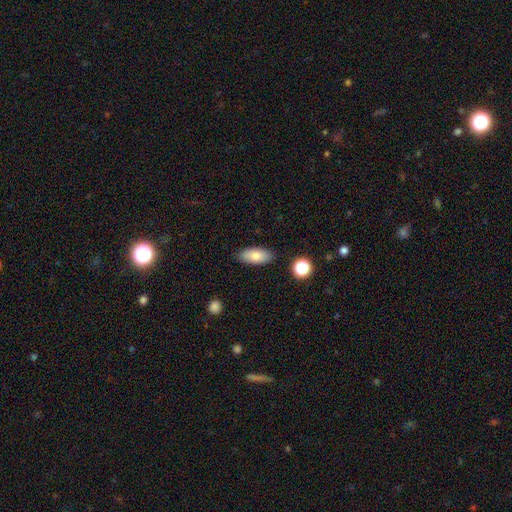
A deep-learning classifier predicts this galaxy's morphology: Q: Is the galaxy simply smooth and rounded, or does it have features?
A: smooth — 81%.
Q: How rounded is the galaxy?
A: in between — 86%.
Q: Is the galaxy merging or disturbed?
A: none — 87%.